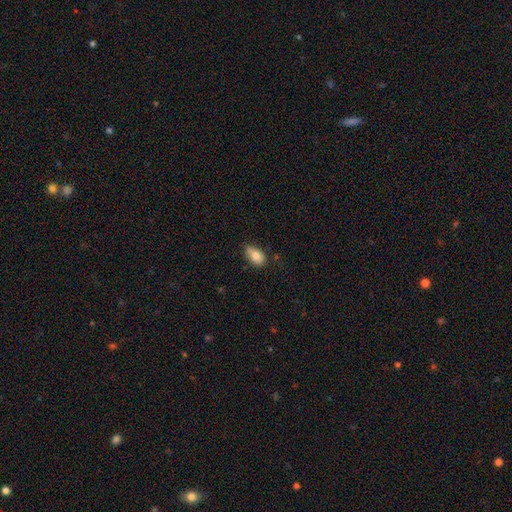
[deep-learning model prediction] smooth-or-featured: smooth: 83% | featured or disk: 9% | star or artifact: 7%
  how-rounded: in between: 91% | round: 5% | cigar-shaped: 3%
  merging: none: 63% | minor disturbance: 30% | major disturbance: 5% | merger: 2%